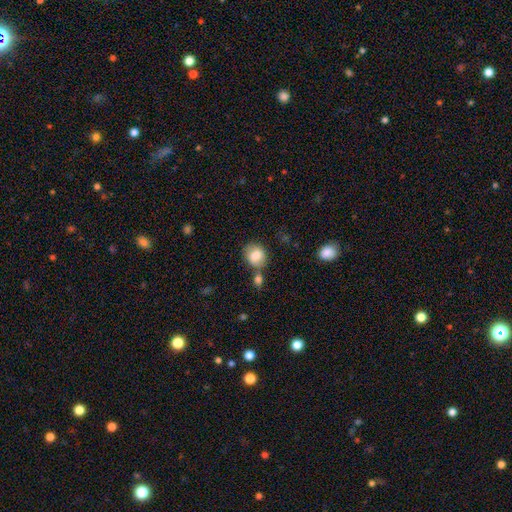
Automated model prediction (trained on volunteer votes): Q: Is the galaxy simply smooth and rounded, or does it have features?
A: smooth — 82%.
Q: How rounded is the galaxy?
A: round — 66%.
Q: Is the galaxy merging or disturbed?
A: none — 56%.